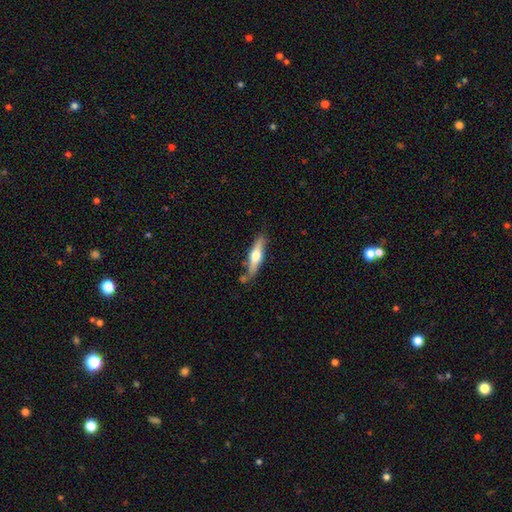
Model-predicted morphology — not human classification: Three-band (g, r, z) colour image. It shows a featured or disk galaxy (54%) viewed edge-on (93%) with a rounded central bulge (94%). Merging: none (74%).